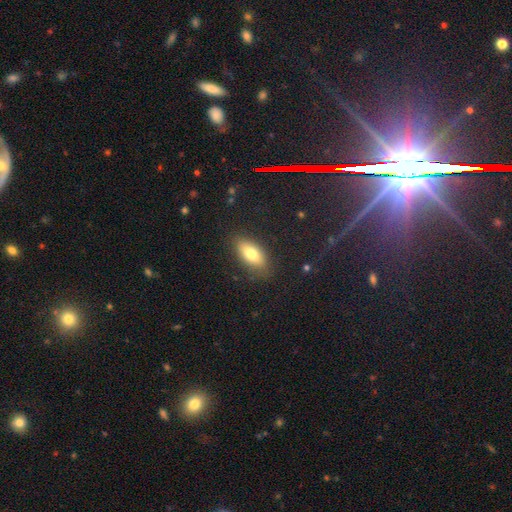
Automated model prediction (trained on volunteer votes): Smooth or featured?
  - smooth: 68% *
  - star or artifact: 16%
  - featured or disk: 16%
How rounded?
  - in between: 87% *
  - cigar-shaped: 8%
  - round: 5%
Merging?
  - none: 87% *
  - minor disturbance: 9%
  - major disturbance: 3%
  - merger: 1%